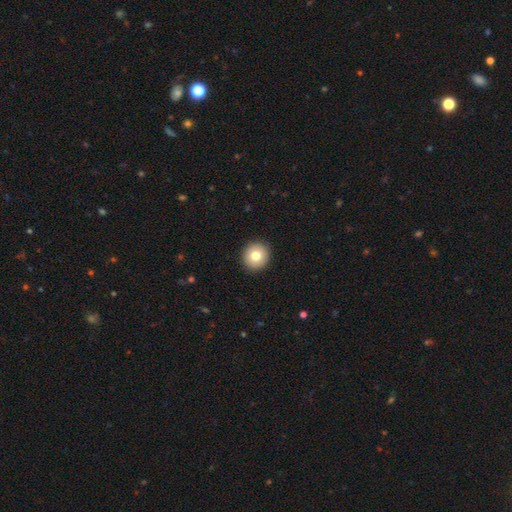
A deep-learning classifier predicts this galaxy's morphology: smooth_or_featured: smooth (p=0.78) [alt: featured or disk p=0.13]
how_rounded: round (p=0.93) [alt: in between p=0.06]
merging: none (p=0.92) [alt: minor disturbance p=0.05]